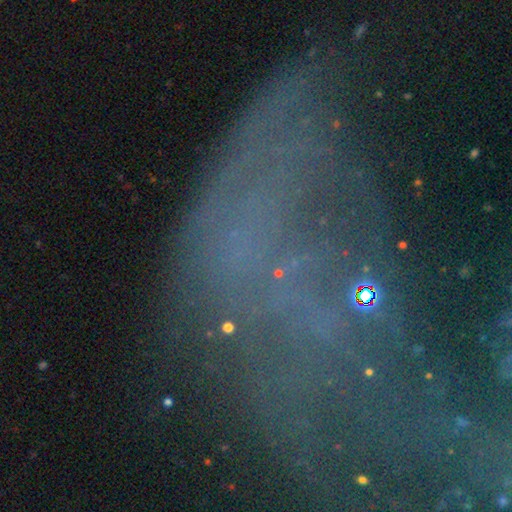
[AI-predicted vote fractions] smooth_or_featured: star or artifact (p=0.49) [alt: featured or disk p=0.34]